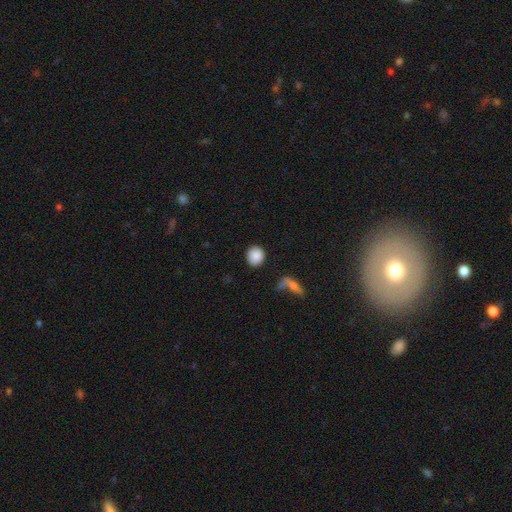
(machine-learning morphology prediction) The model was most divided on "how rounded": round: 75%, in between: 23%, cigar-shaped: 2%. More confident: smooth or featured — smooth (87%); merging — none (84%).